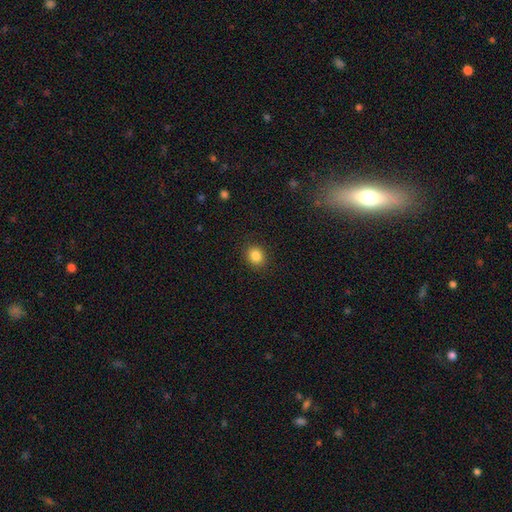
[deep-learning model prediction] A smooth galaxy with no disk features (85%) that is round (68%). Merging: none (90%).